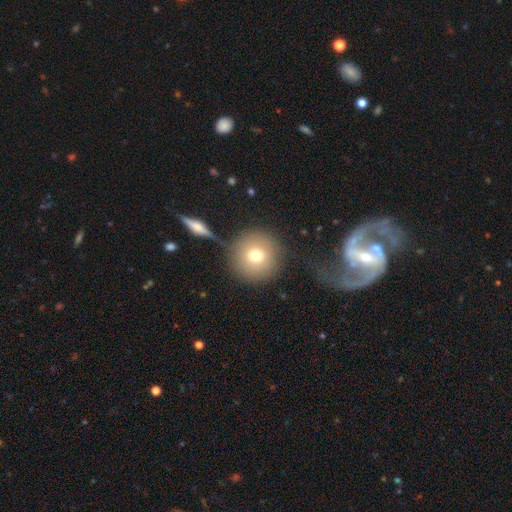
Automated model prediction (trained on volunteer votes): Smooth or featured? smooth (73%)
How rounded? round (95%)
Merging? none (77%)